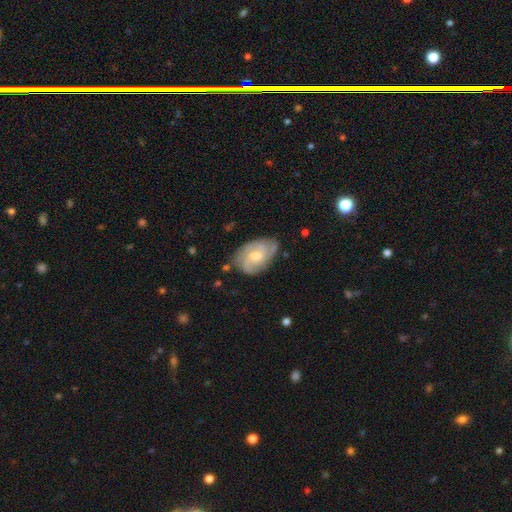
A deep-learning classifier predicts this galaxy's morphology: Smooth or featured: featured or disk — 80% (smooth — 14%)
Edge-on disk: no — 97% (yes — 3%)
Bar: no — 65% (weak — 31%)
Spiral arms: yes — 95% (no — 5%)
Spiral winding: tight — 51% (medium — 39%)
Spiral arm count: 3 — 41% (2 — 24%)
Bulge size: moderate — 64% (small — 30%)
Merging: none — 74% (minor disturbance — 19%)